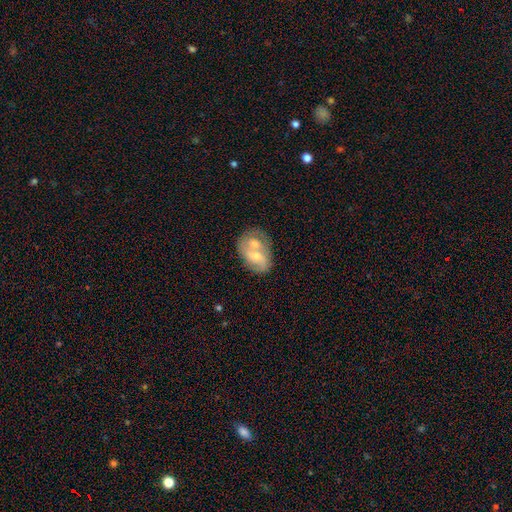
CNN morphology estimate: smooth_or_featured: featured or disk (p=0.52) [alt: smooth p=0.41]
disk_edge_on: no (p=0.96) [alt: yes p=0.04]
bar: no (p=0.57) [alt: weak p=0.33]
has_spiral_arms: yes (p=0.60) [alt: no p=0.40]
bulge_size: moderate (p=0.59) [alt: small p=0.34]
merging: merger (p=0.57) [alt: none p=0.27]